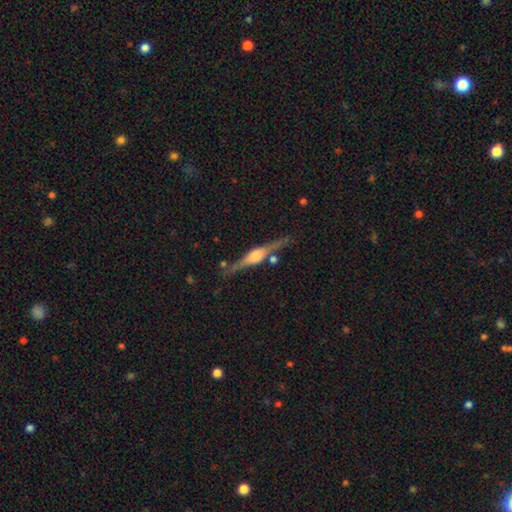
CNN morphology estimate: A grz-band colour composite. It shows a featured or disk galaxy (82%) viewed edge-on (98%) with a rounded central bulge (83%). Merging: none (82%).